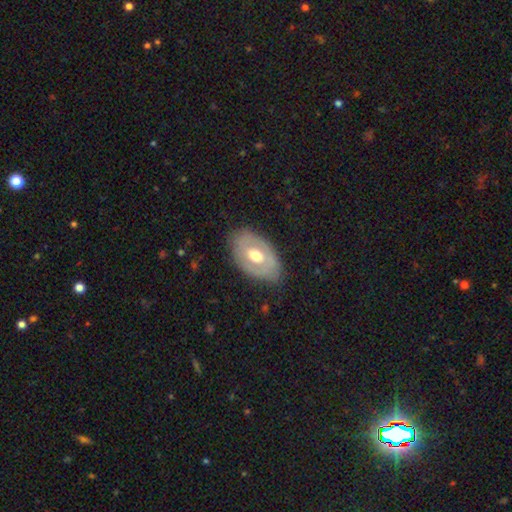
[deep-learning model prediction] Overall: featured or disk (54%; smooth 40%). Edge-on disk: no (90%). Merging: none (73%).